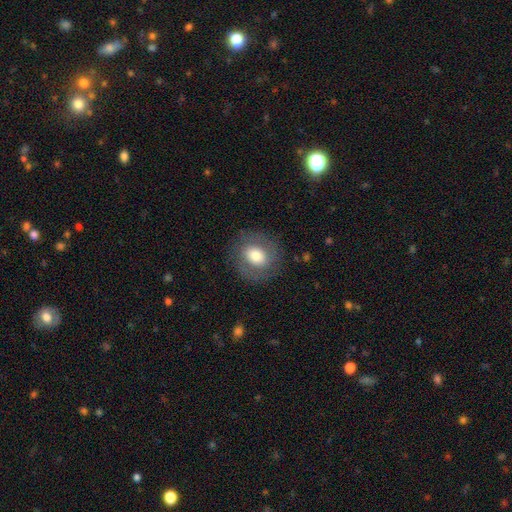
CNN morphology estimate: smooth-or-featured: smooth: 63% | featured or disk: 29% | star or artifact: 8%
  how-rounded: round: 69% | in between: 30% | cigar-shaped: 1%
  merging: none: 81% | minor disturbance: 12% | major disturbance: 6% | merger: 1%